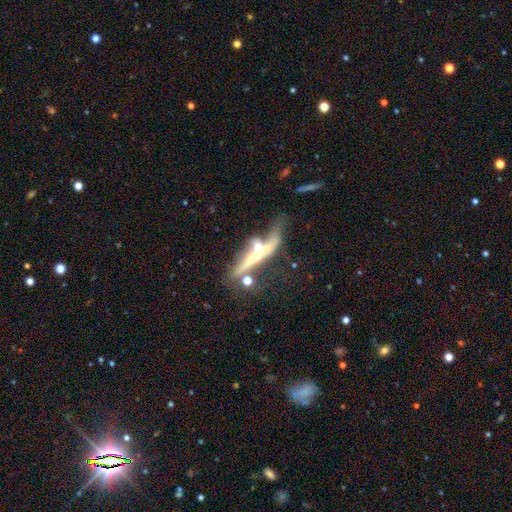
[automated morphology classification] Smooth or featured? featured or disk (71%)
Edge-on disk? yes (73%)
Edge-on bulge? rounded (80%)
Merging? merger (43%)